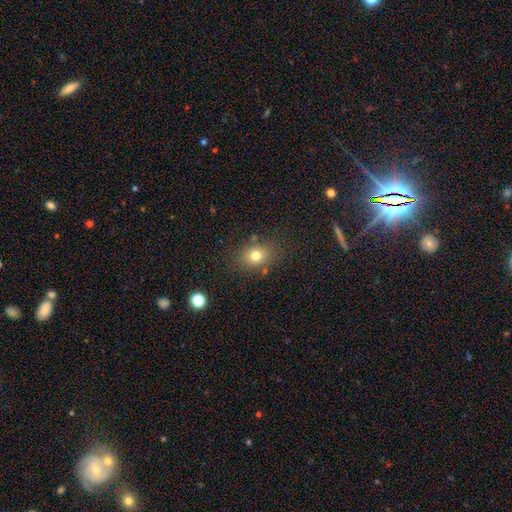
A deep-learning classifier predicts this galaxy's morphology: Smooth or featured: smooth — 76% (star or artifact — 14%)
How rounded: round — 54% (in between — 45%)
Merging: none — 79% (minor disturbance — 13%)